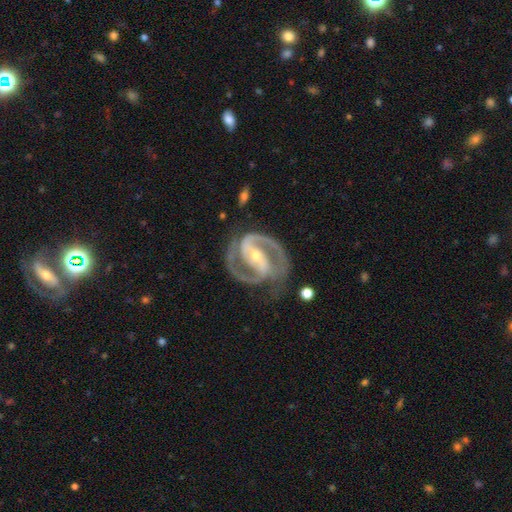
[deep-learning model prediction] smooth-or-featured: featured or disk: 93% | star or artifact: 4% | smooth: 3%
  disk-edge-on: no: 98% | yes: 2%
    bar: strong: 62% | weak: 25% | no: 14%
    has-spiral-arms: yes: 98% | no: 2%
      spiral-winding: medium: 54% | tight: 39% | loose: 7%
      spiral-arm-count: 2: 92% | 3: 2% | can't tell: 2% | 1: 1% | 4: 1% | more than 4: 1%
    bulge-size: small: 53% | moderate: 43% | large: 2% | none: 1% | dominant: 1%
  merging: none: 75% | minor disturbance: 15% | major disturbance: 8% | merger: 2%